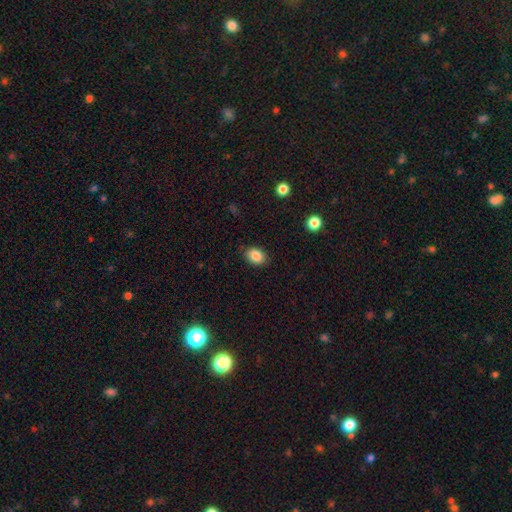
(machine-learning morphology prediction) Smooth or featured: smooth — 86% (star or artifact — 9%)
How rounded: in between — 70% (round — 29%)
Merging: none — 86% (minor disturbance — 10%)